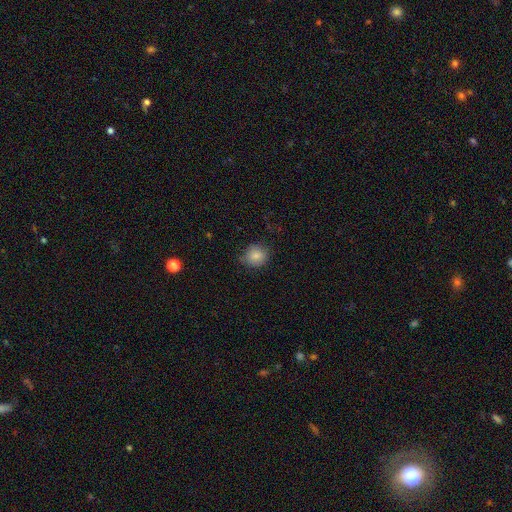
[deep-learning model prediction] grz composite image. It shows a smooth galaxy with no disk features (83%) that is round (79%). Merging: none (76%).